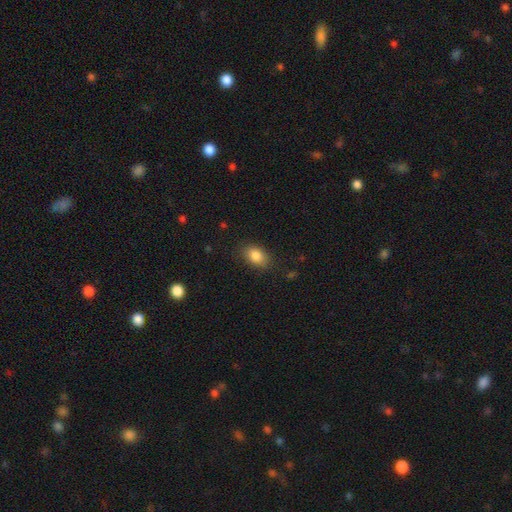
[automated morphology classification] A smooth galaxy with no disk features (85%) that is in between round and cigar-shaped (82%).

Vote fractions:
- Smooth or featured? smooth: 85% / star or artifact: 8% / featured or disk: 7%
- How rounded? in between: 82% / round: 17% / cigar-shaped: 1%
- Merging? none: 83% / minor disturbance: 12% / major disturbance: 3% / merger: 1%